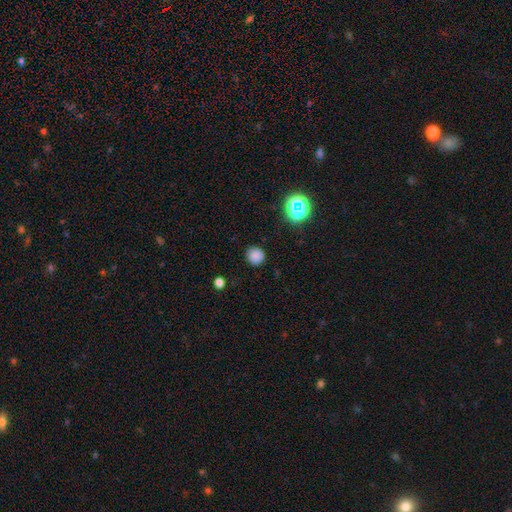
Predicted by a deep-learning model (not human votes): Smooth or featured? smooth (80%)
How rounded? round (92%)
Merging? none (89%)